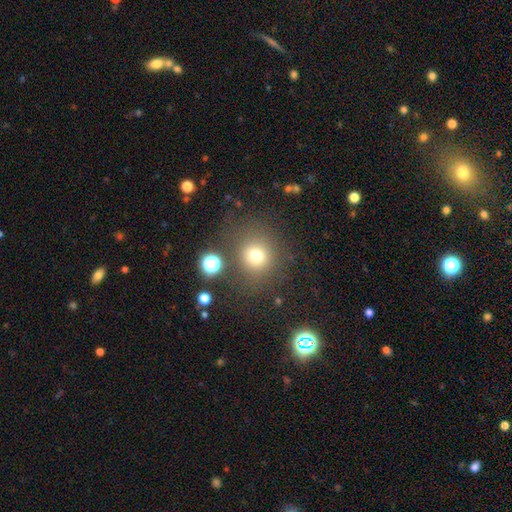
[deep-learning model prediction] smooth_or_featured: smooth (p=0.74) [alt: star or artifact p=0.18]
how_rounded: round (p=0.88) [alt: in between p=0.11]
merging: none (p=0.78) [alt: minor disturbance p=0.11]